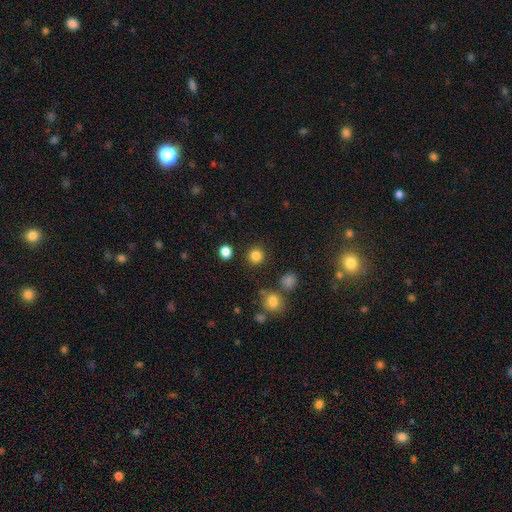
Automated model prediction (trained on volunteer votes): Smooth or featured? smooth (83%)
How rounded? round (93%)
Merging? none (89%)